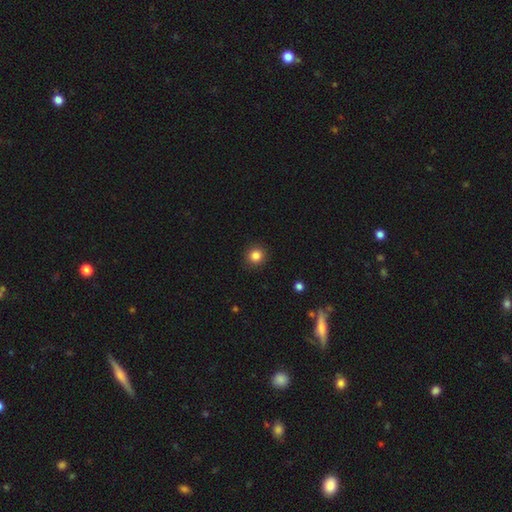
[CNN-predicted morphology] A smooth galaxy with no disk features (84%) that is round (93%).

Vote fractions:
- Smooth or featured? smooth: 84% / star or artifact: 11% / featured or disk: 5%
- How rounded? round: 93% / in between: 6% / cigar-shaped: 1%
- Merging? none: 92% / minor disturbance: 6% / major disturbance: 2% / merger: 1%